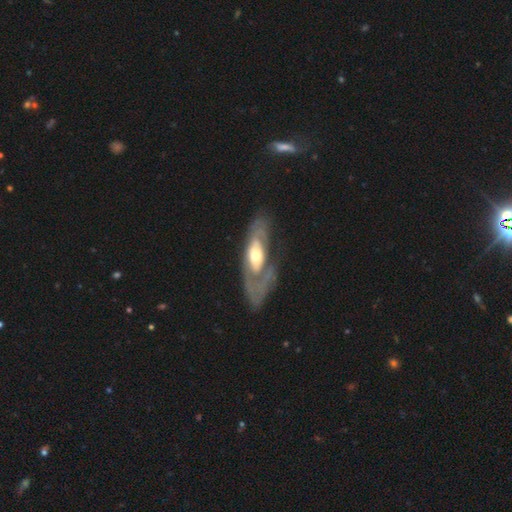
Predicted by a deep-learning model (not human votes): A featured or disk galaxy (72%) with no bar (75%), spiral arms (61%) and a moderate central bulge (64%). Merging: none (52%).